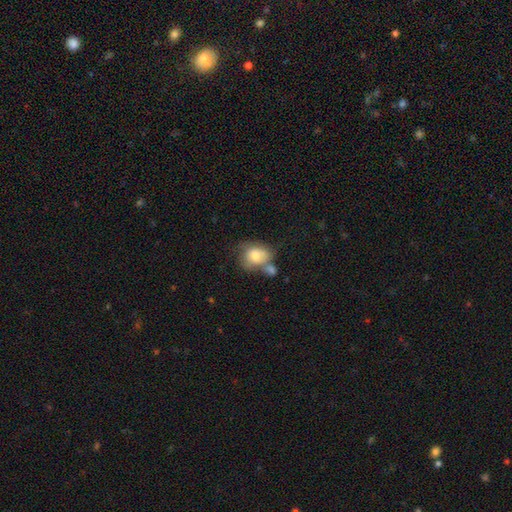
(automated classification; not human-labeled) This appears to be a smooth galaxy with no disk features (67%) that is round (51%). Merging: merger (37%).